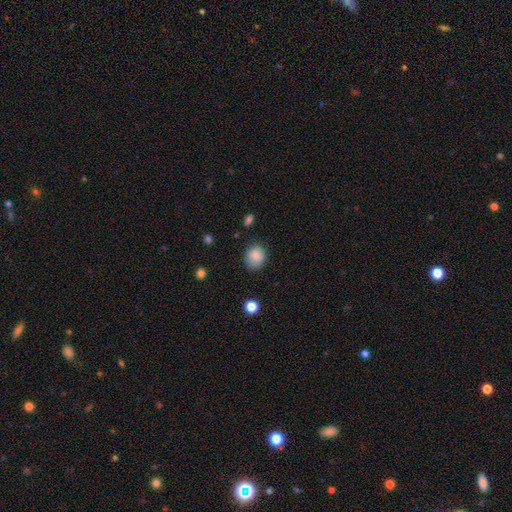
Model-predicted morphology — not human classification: Overall: smooth (85%). How rounded: round (62%; in between 37%). Merging: none (77%).